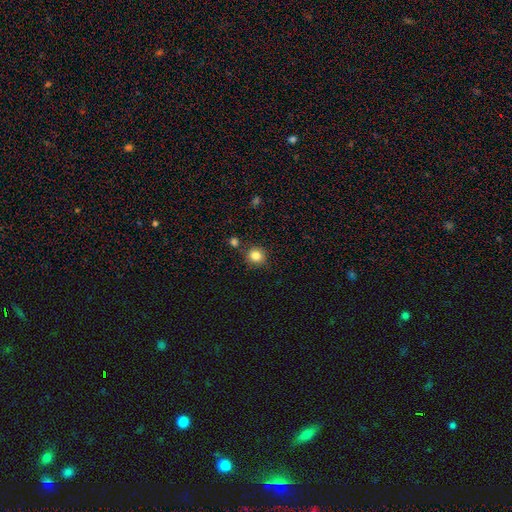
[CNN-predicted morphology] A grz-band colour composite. It shows a smooth galaxy with no disk features (84%) that is round (88%). Merging: none (84%).